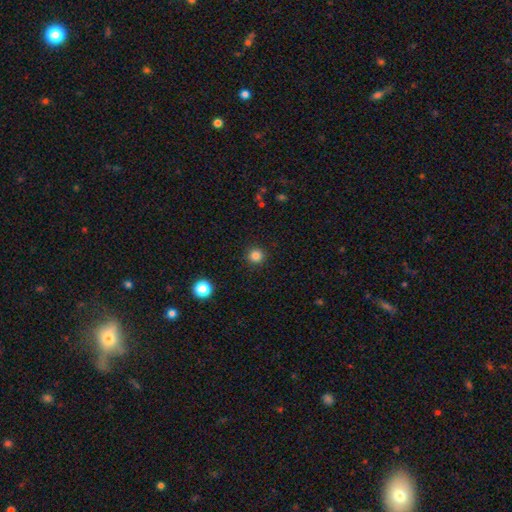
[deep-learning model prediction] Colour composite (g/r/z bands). It shows a smooth galaxy with no disk features (83%) that is round (95%). Merging: none (92%).